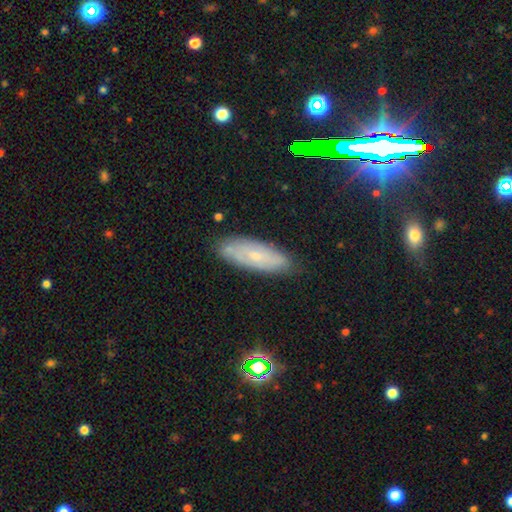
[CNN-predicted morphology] Smooth or featured? featured or disk (47%)
Merging? none (81%)